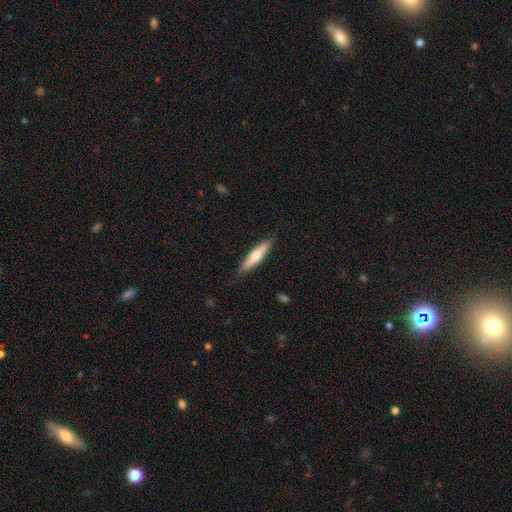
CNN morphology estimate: A smooth galaxy with no disk features (52%) that is cigar-shaped (79%). Merging: none (87%).